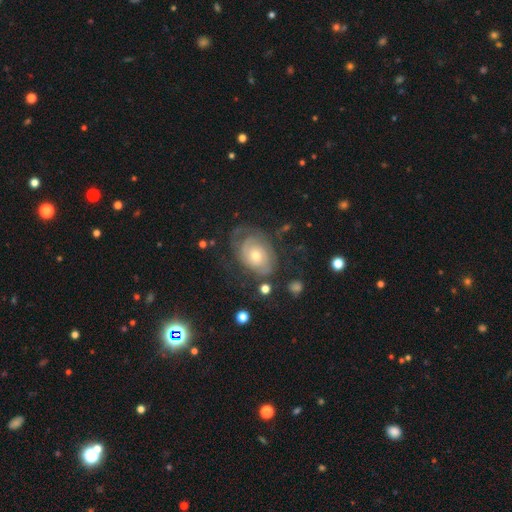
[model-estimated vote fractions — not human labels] The model was most divided on "spiral arm count": can't tell: 46%, 2: 27%, 3: 10%, 1: 8%, 4: 4%, more than 4: 4%. More confident: edge-on disk — no (96%); spiral arms — yes (86%); bar — no (81%); smooth or featured — featured or disk (76%); spiral winding — tight (70%); bulge size — moderate (60%); merging — none (59%).